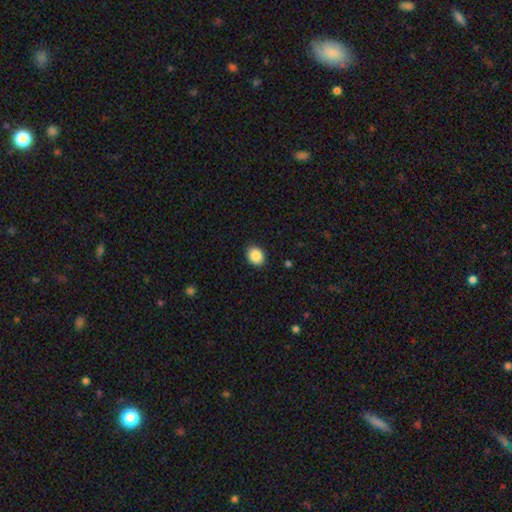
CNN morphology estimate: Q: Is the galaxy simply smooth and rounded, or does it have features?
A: smooth — 88%.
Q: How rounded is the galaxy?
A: round — 54%.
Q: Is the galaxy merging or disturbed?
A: none — 90%.